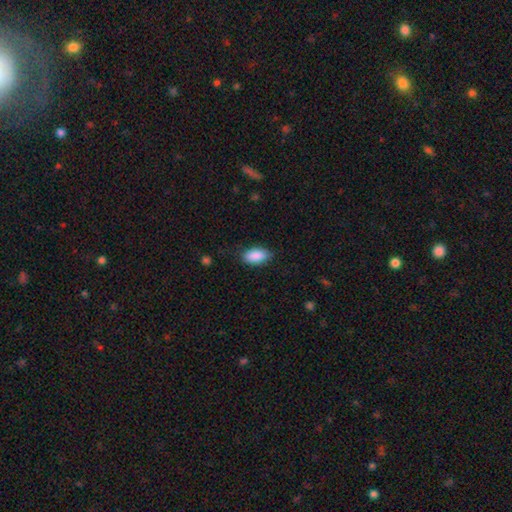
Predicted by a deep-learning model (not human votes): Smooth or featured? Predicted: smooth (p=0.88). How rounded? Predicted: in between (p=0.91). Merging? Predicted: none (p=0.81).